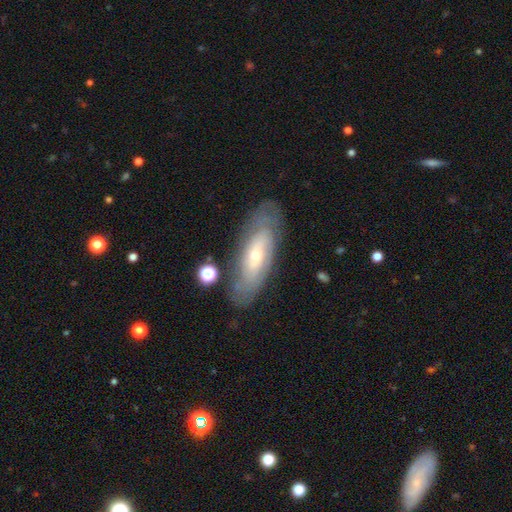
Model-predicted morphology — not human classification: type=featured or disk (57%); edge-on=no (78%); merging=none (77%).